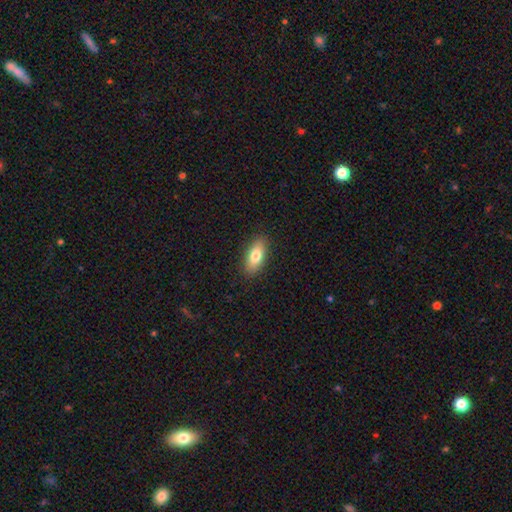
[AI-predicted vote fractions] Overall: smooth (77%). How rounded: in between (81%). Merging: none (89%).